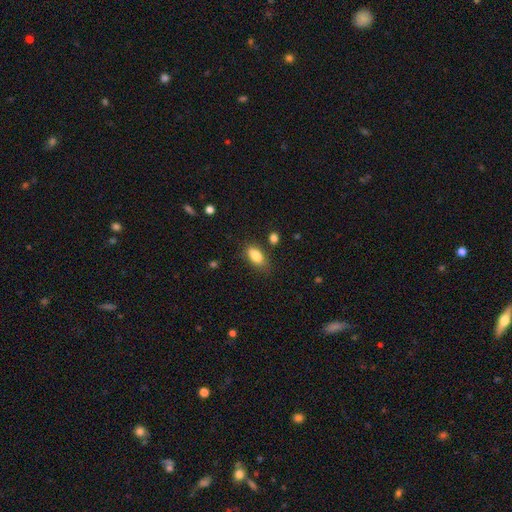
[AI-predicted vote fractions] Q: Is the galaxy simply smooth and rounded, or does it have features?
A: smooth — 85%.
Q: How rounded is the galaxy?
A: in between — 88%.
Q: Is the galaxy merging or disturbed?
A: none — 74%.